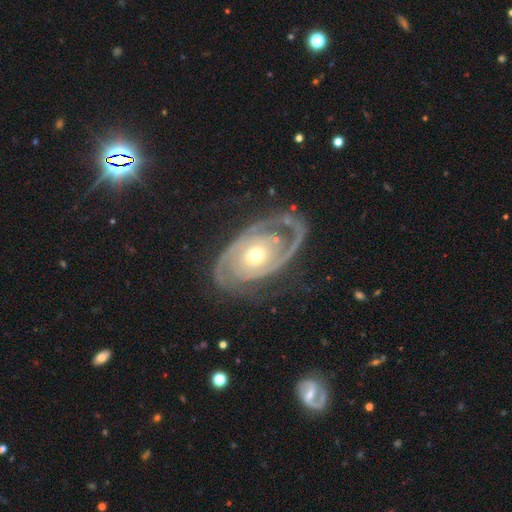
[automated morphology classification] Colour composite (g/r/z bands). It shows a featured or disk galaxy (89%) with no bar (78%), 2 (66%) tight (59%) spiral arms (93%) and a moderate central bulge (61%). Merging: none (65%).